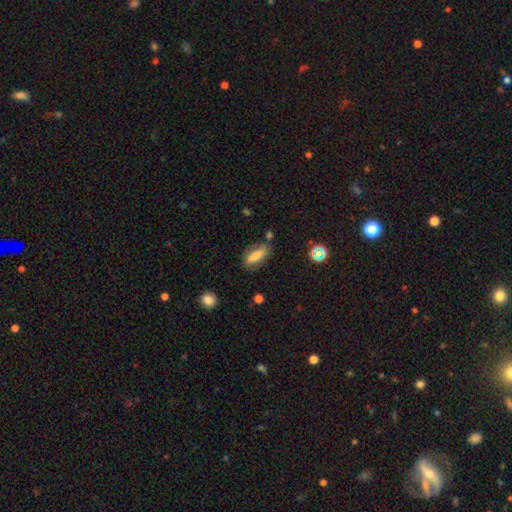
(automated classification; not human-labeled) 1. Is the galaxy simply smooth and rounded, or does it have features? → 64% smooth, 26% featured or disk, 10% star or artifact.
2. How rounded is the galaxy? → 66% in between, 30% cigar-shaped, 4% round.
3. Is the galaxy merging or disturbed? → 70% none, 19% minor disturbance, 6% major disturbance, 5% merger.